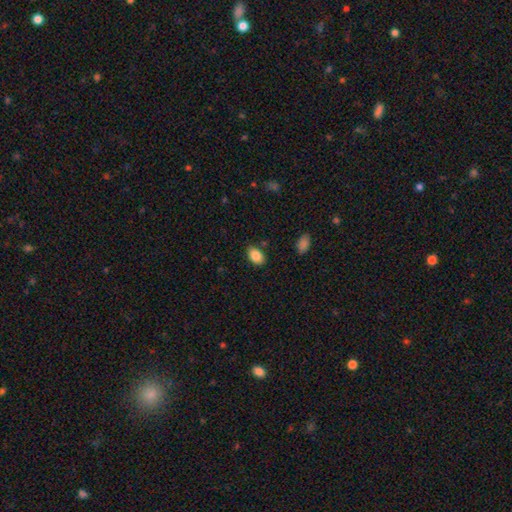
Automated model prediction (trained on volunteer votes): Smooth or featured? smooth (86%)
How rounded? in between (86%)
Merging? none (80%)